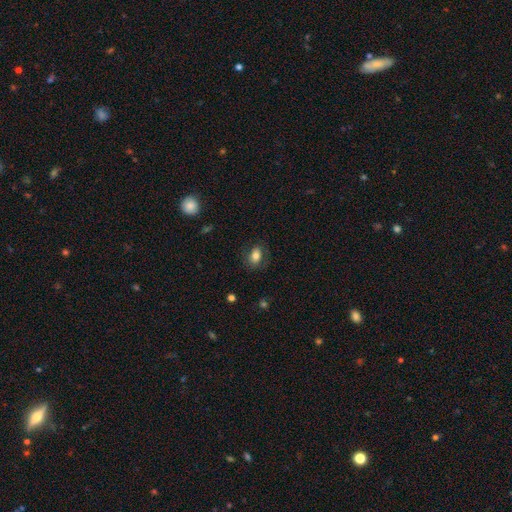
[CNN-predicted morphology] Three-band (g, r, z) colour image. It shows a smooth galaxy with no disk features (71%) that is in between round and cigar-shaped (80%). Merging: none (75%).